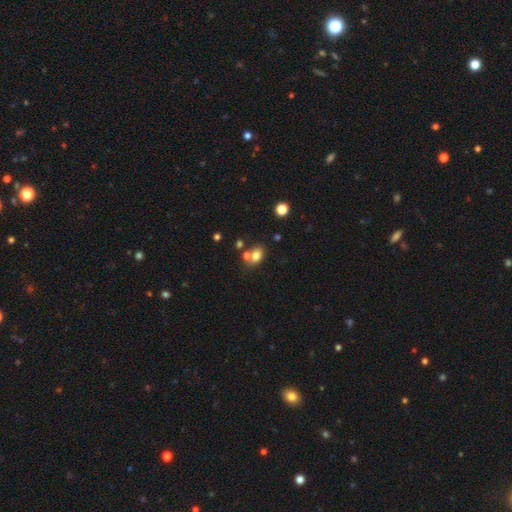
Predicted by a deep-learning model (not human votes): This appears to be a smooth galaxy with no disk features (76%) that is in between round and cigar-shaped (74%). Merging: none (49%).